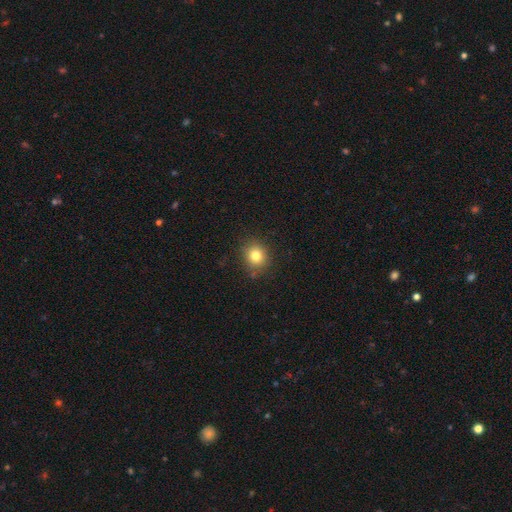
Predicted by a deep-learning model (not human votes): A smooth galaxy with no disk features (80%) that is round (80%).

Vote fractions:
- Smooth or featured? smooth: 80% / star or artifact: 12% / featured or disk: 8%
- How rounded? round: 80% / in between: 19% / cigar-shaped: 1%
- Merging? none: 85% / minor disturbance: 10% / major disturbance: 3% / merger: 2%